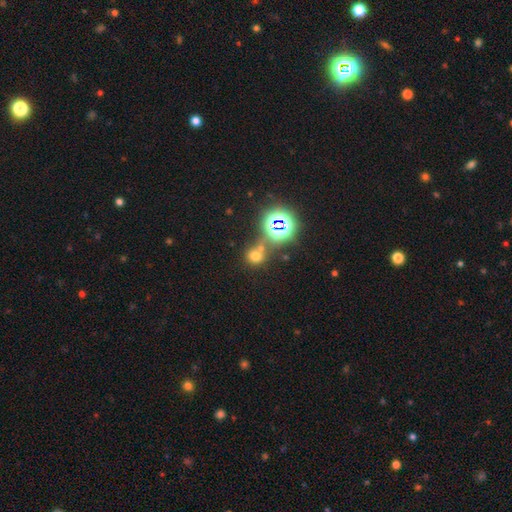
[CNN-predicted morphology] The model was most divided on "smooth or featured": smooth: 59%, star or artifact: 32%, featured or disk: 9%. More confident: how rounded — round (83%); merging — none (57%).